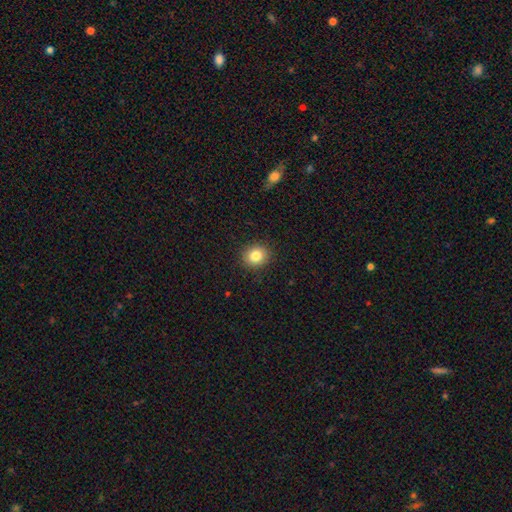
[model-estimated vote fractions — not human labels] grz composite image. It shows a smooth galaxy with no disk features (83%) that is round (77%). Merging: none (90%).